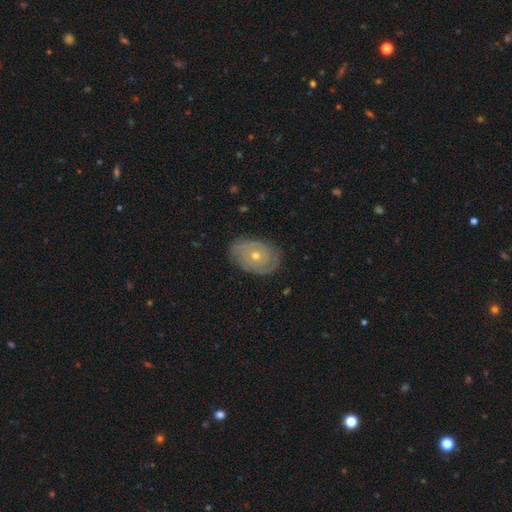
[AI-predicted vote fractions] Overall: featured or disk (69%). Edge-on disk: no (94%). Bar: no (86%). Spiral arms: yes (75%). Bulge size: moderate (49%; small 48%). Merging: none (80%).